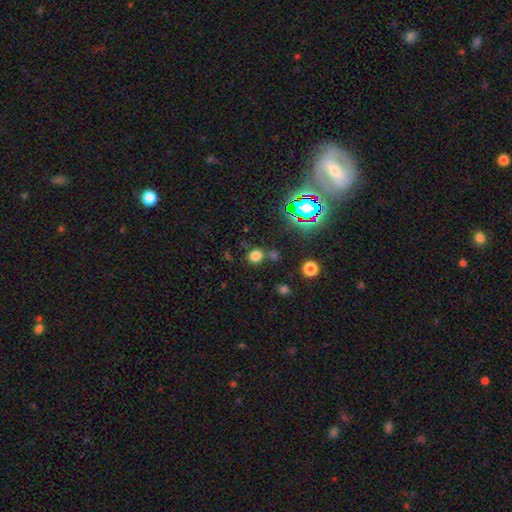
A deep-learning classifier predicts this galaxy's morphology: smooth 72%, star or artifact 23%, featured or disk 6%. Down the decision tree: how rounded — round (80%); merging — none (72%).